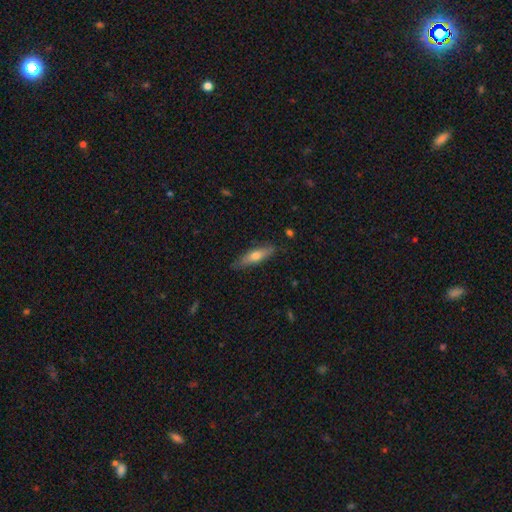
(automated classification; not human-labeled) A smooth galaxy with no disk features (60%) that is cigar-shaped (68%).

Vote fractions:
- Smooth or featured? smooth: 60% / featured or disk: 34% / star or artifact: 6%
- How rounded? cigar-shaped: 68% / in between: 30% / round: 2%
- Merging? none: 82% / minor disturbance: 14% / major disturbance: 2% / merger: 1%